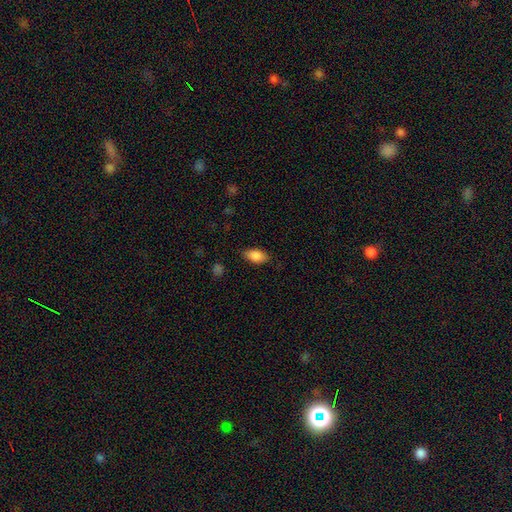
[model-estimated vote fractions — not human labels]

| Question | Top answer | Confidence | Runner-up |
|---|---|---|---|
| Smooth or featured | smooth | 87% | star or artifact (8%) |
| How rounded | in between | 91% | round (5%) |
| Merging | none | 80% | minor disturbance (15%) |